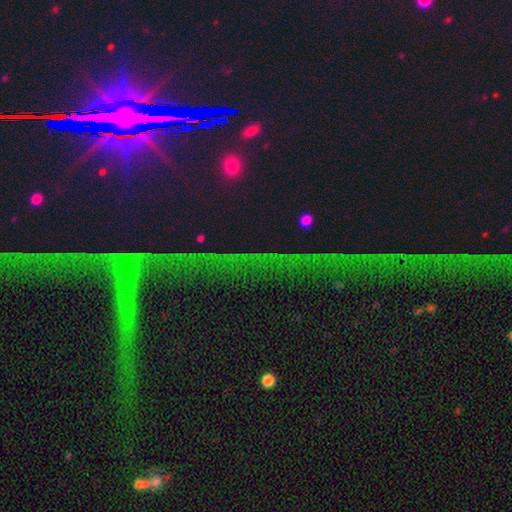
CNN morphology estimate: Smooth or featured? Predicted: star or artifact (p=0.70).